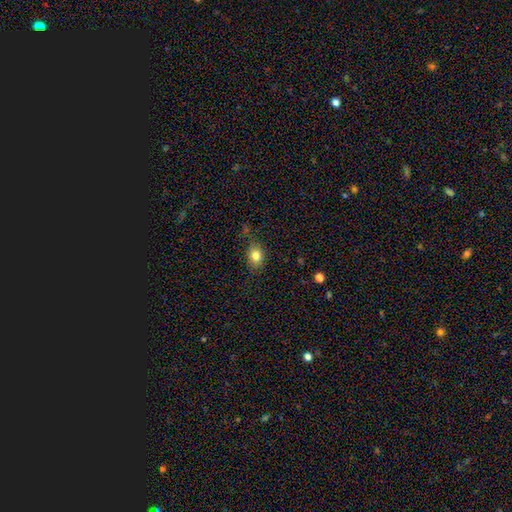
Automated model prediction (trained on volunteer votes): smooth-or-featured: smooth: 81% | star or artifact: 11% | featured or disk: 8%
  how-rounded: in between: 53% | round: 46% | cigar-shaped: 1%
  merging: none: 74% | minor disturbance: 18% | major disturbance: 5% | merger: 3%